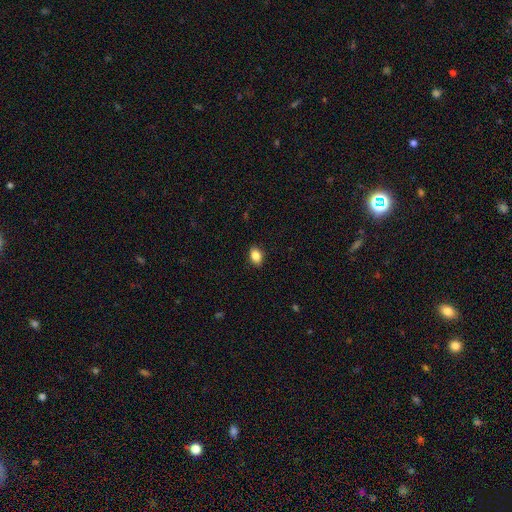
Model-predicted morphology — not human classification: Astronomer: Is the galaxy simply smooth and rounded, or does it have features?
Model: smooth — 86%.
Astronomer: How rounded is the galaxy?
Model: in between — 81%.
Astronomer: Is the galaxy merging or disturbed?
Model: none — 88%.